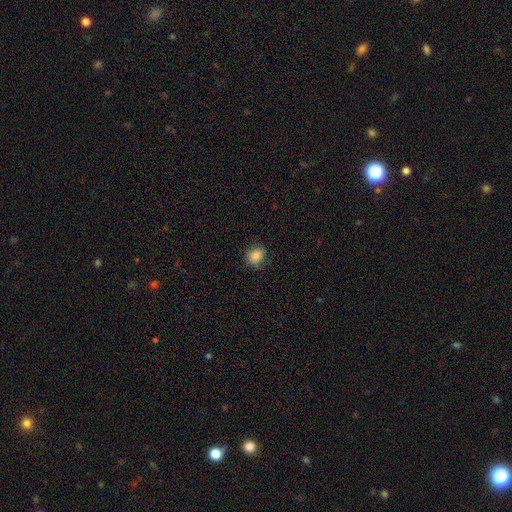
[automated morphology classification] Smooth or featured? smooth (82%)
How rounded? round (70%)
Merging? none (75%)